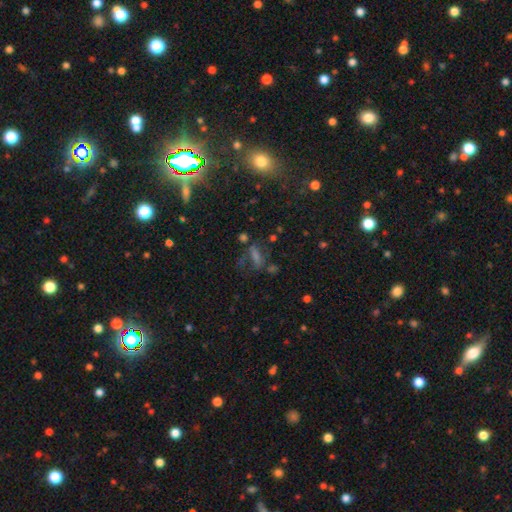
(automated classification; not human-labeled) Overall: star or artifact (43%; smooth 30%).